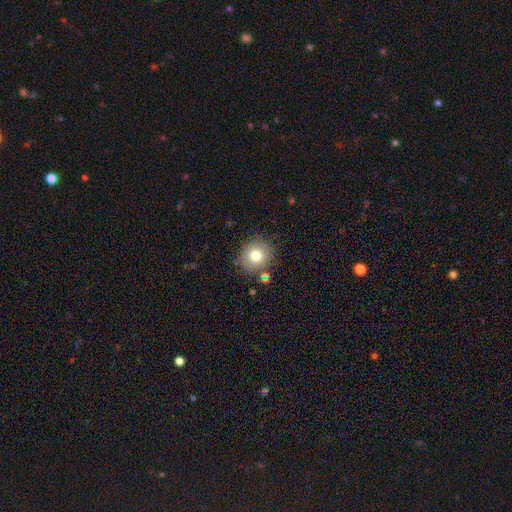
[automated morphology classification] Smooth or featured?
  - smooth: 75% *
  - featured or disk: 12%
  - star or artifact: 12%
How rounded?
  - round: 87% *
  - in between: 12%
  - cigar-shaped: 1%
Merging?
  - none: 83% *
  - minor disturbance: 10%
  - merger: 4%
  - major disturbance: 3%